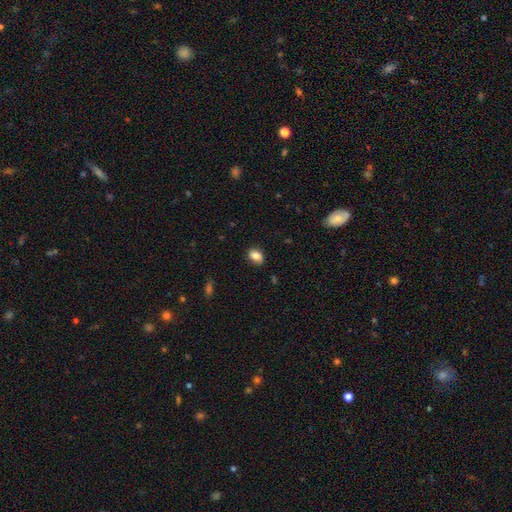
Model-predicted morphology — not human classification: smooth-or-featured: smooth: 84% | star or artifact: 8% | featured or disk: 7%
  how-rounded: in between: 80% | round: 19% | cigar-shaped: 2%
  merging: none: 82% | minor disturbance: 14% | major disturbance: 3% | merger: 1%